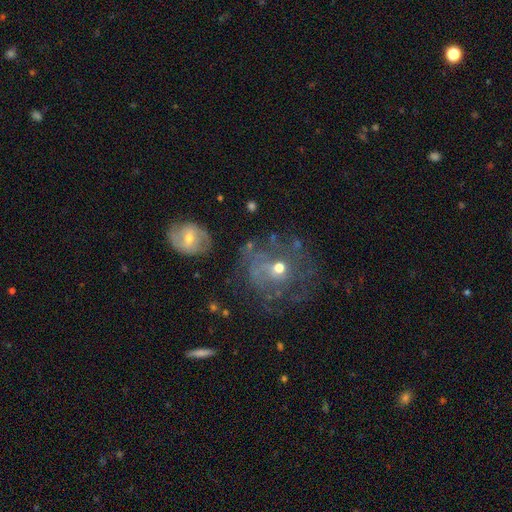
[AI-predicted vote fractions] Smooth or featured: featured or disk — 52% (smooth — 29%)
Edge-on disk: no — 96% (yes — 4%)
Bar: no — 76% (weak — 19%)
Spiral arms: yes — 50% (tied with no — 50%)
Bulge size: small — 47% (moderate — 44%)
Merging: none — 53% (major disturbance — 21%)